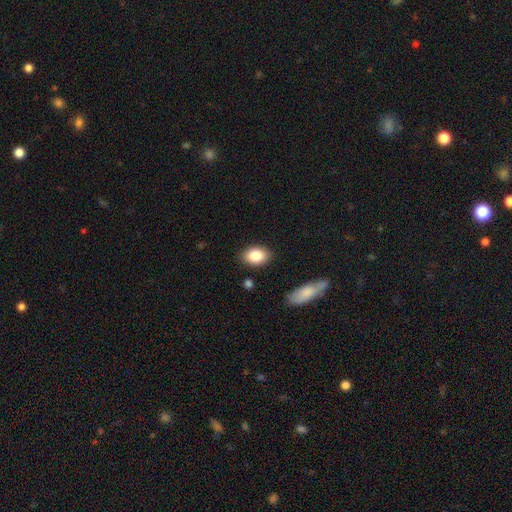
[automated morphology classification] This appears to be a smooth galaxy with no disk features (84%) that is in between round and cigar-shaped (82%). Merging: none (86%).